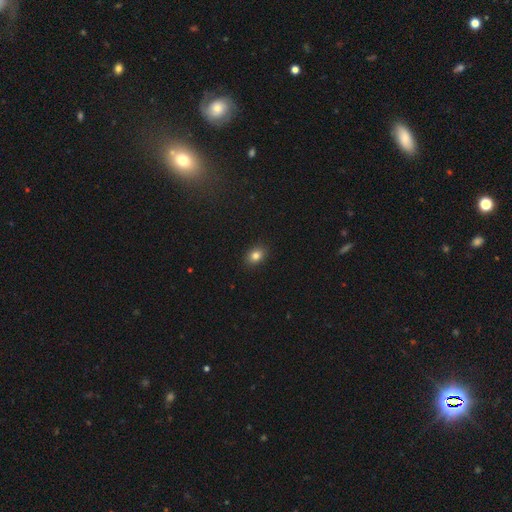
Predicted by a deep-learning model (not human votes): The model was most divided on "how rounded": in between: 64%, round: 35%, cigar-shaped: 1%. More confident: merging — none (89%); smooth or featured — smooth (81%).